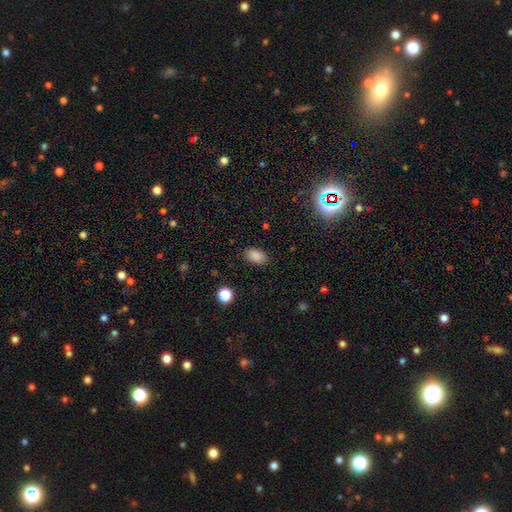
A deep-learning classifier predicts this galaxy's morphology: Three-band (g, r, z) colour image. It shows a smooth galaxy with no disk features (86%) that is in between round and cigar-shaped (90%). Merging: none (86%).